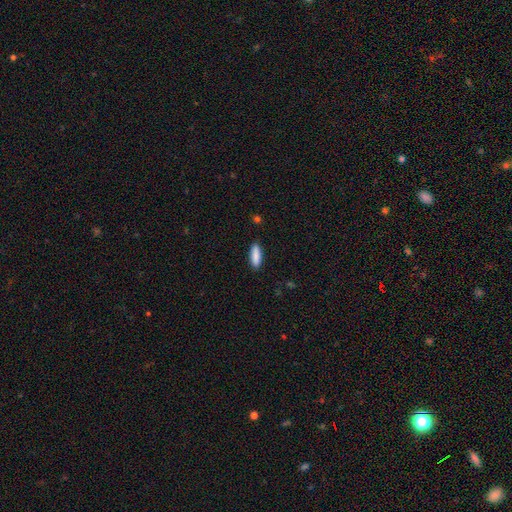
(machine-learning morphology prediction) type=smooth (89%); roundness=cigar-shaped (50%); merging=none (88%).